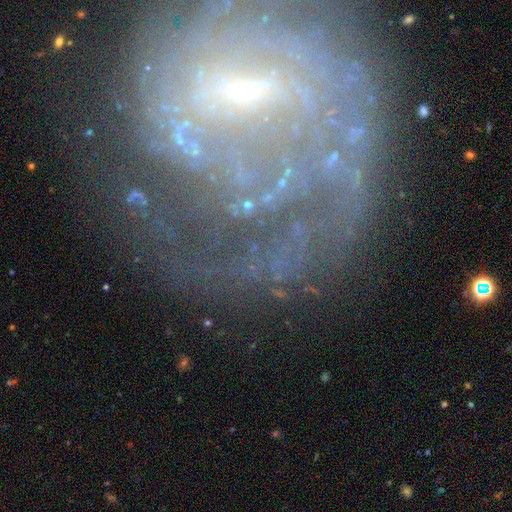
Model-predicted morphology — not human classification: smooth_or_featured: featured or disk (p=0.81) [alt: star or artifact p=0.10]
disk_edge_on: no (p=0.97) [alt: yes p=0.03]
bar: weak (p=0.46) [alt: no p=0.30]
has_spiral_arms: yes (p=0.85) [alt: no p=0.15]
spiral_winding: tight (p=0.51) [alt: medium p=0.32]
spiral_arm_count: can't tell (p=0.39) [alt: 2 p=0.23]
bulge_size: small (p=0.72) [alt: moderate p=0.15]
merging: none (p=0.60) [alt: major disturbance p=0.20]